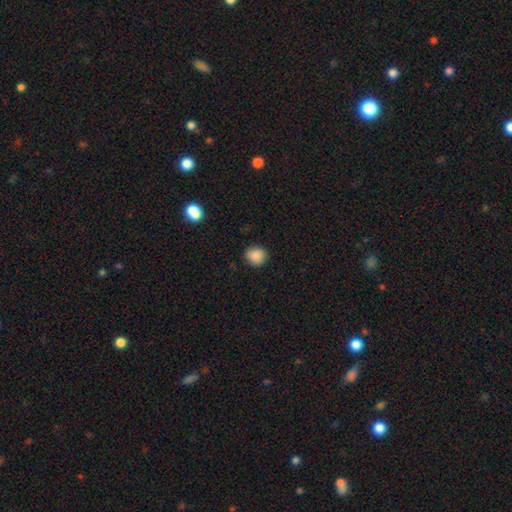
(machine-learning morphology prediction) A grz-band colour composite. It shows a smooth galaxy with no disk features (88%) that is round (81%). Merging: none (87%).